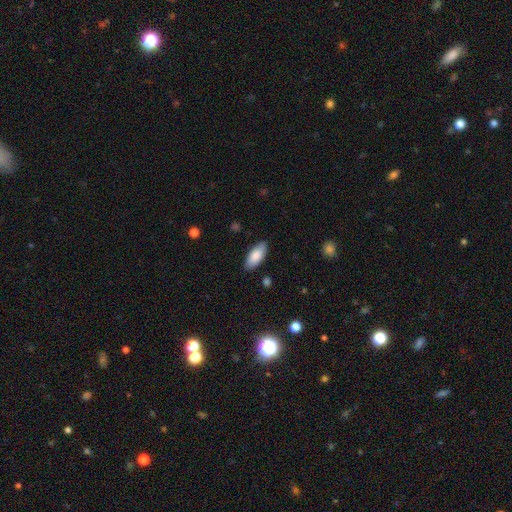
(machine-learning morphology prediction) Q: Smooth or featured?
A: smooth (85%); runner-up: featured or disk (9%)
Q: How rounded?
A: in between (88%); runner-up: cigar-shaped (10%)
Q: Merging?
A: none (86%); runner-up: minor disturbance (11%)